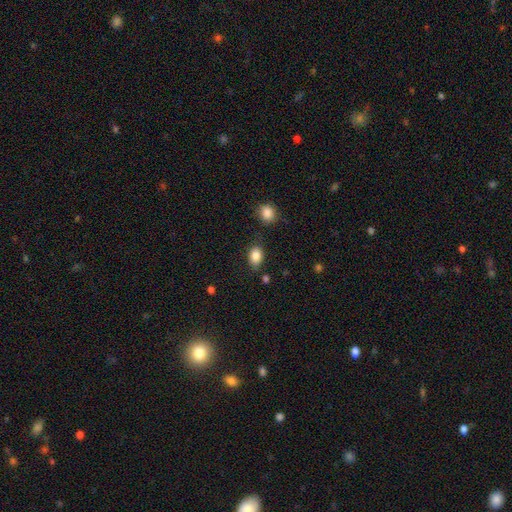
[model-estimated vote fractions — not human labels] Smooth or featured?
  - smooth: 86% *
  - star or artifact: 9%
  - featured or disk: 6%
How rounded?
  - in between: 79% *
  - round: 20%
  - cigar-shaped: 1%
Merging?
  - none: 76% *
  - minor disturbance: 16%
  - merger: 4%
  - major disturbance: 4%